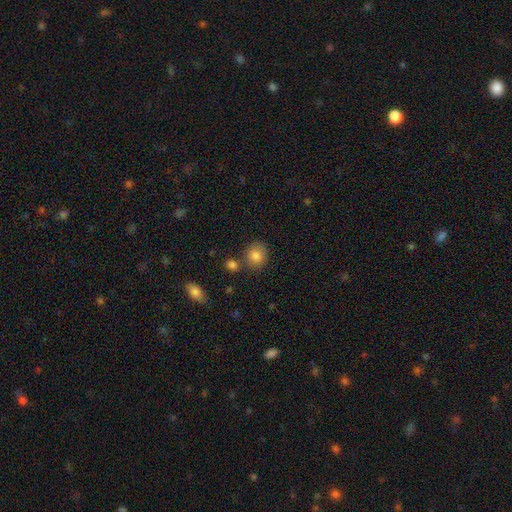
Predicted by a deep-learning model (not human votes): smooth 83%, star or artifact 9%, featured or disk 7%. Down the decision tree: how rounded — round (77%); merging — none (72%).